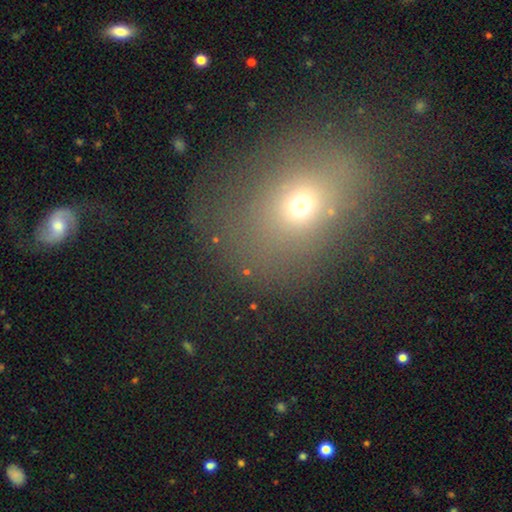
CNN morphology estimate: Smooth or featured?
  - smooth: 61% *
  - star or artifact: 24%
  - featured or disk: 16%
How rounded?
  - round: 54% *
  - in between: 44%
  - cigar-shaped: 1%
Merging?
  - none: 67% *
  - minor disturbance: 17%
  - major disturbance: 12%
  - merger: 4%